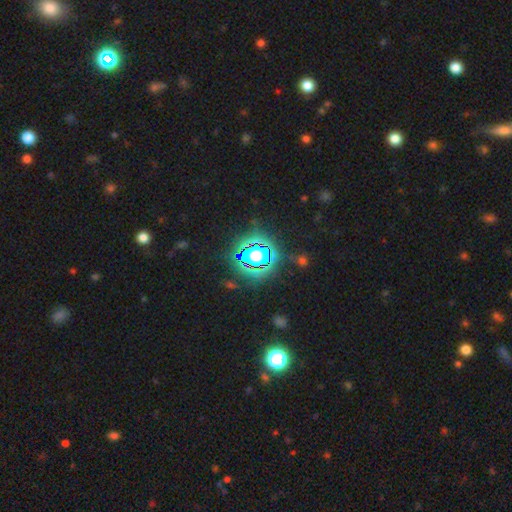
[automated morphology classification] smooth-or-featured: star or artifact: 71% | smooth: 17% | featured or disk: 12%